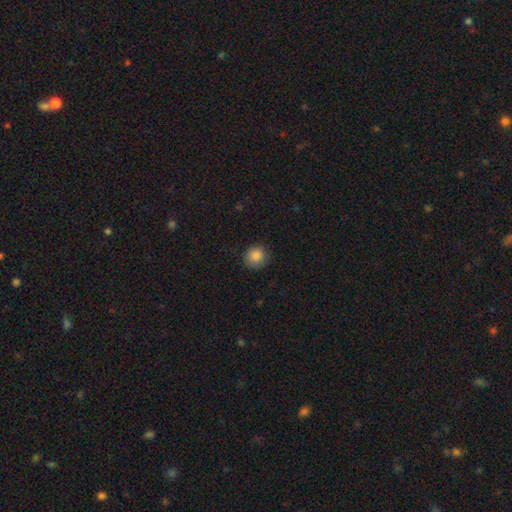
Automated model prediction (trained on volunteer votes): Smooth or featured? smooth (86%)
How rounded? round (90%)
Merging? none (85%)